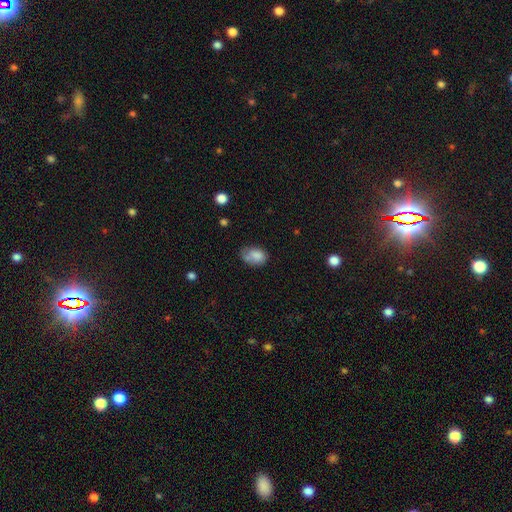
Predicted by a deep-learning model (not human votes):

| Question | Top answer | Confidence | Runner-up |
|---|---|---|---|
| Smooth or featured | smooth | 78% | featured or disk (13%) |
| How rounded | in between | 80% | round (18%) |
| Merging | none | 43% | minor disturbance (29%) |